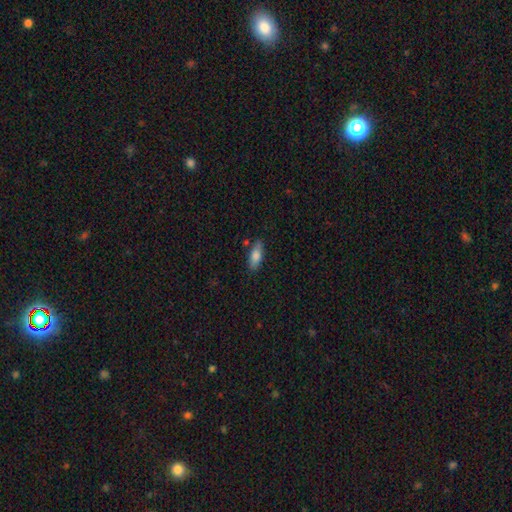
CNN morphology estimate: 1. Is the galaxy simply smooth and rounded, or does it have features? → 79% smooth, 15% featured or disk, 7% star or artifact.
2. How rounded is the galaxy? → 68% in between, 30% cigar-shaped, 2% round.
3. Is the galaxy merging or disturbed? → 79% none, 15% minor disturbance, 4% merger, 3% major disturbance.